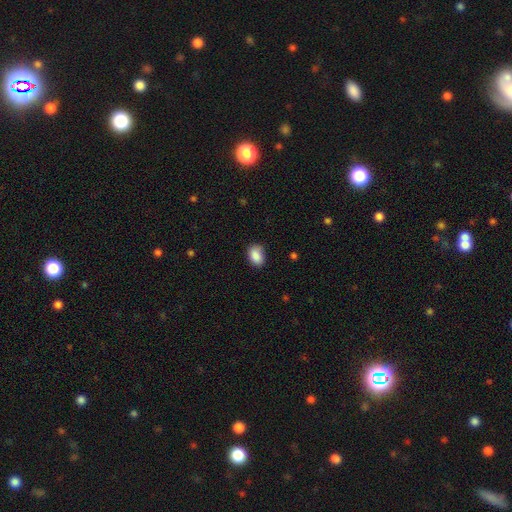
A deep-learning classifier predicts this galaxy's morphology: type=smooth (88%); roundness=in between (82%); merging=none (77%).